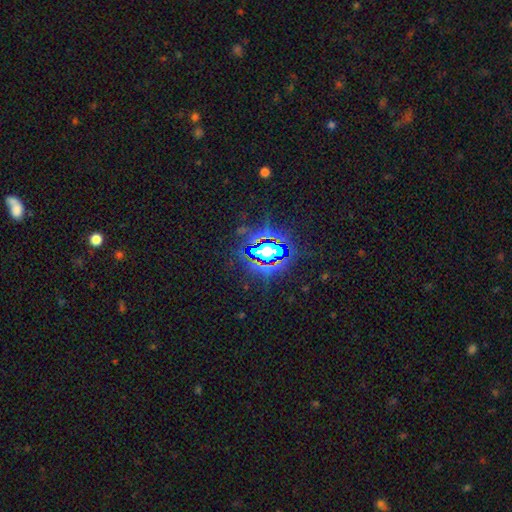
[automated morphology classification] A star or artifact, not a galaxy (79%).

Vote fractions:
- Smooth or featured? star or artifact: 79% / smooth: 12% / featured or disk: 9%